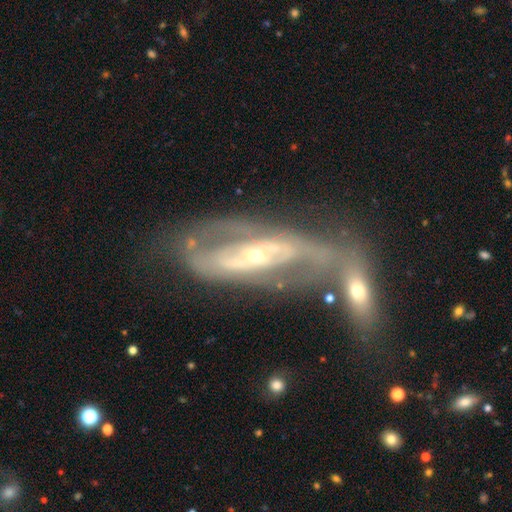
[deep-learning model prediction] featured or disk 83%, smooth 10%, star or artifact 6%. Down the decision tree: edge-on disk — no (85%); bar — strong (40%); spiral arms — yes (79%); spiral arm count — 2 (67%); spiral winding — medium (40%); bulge size — small (64%); merging — none (36%).